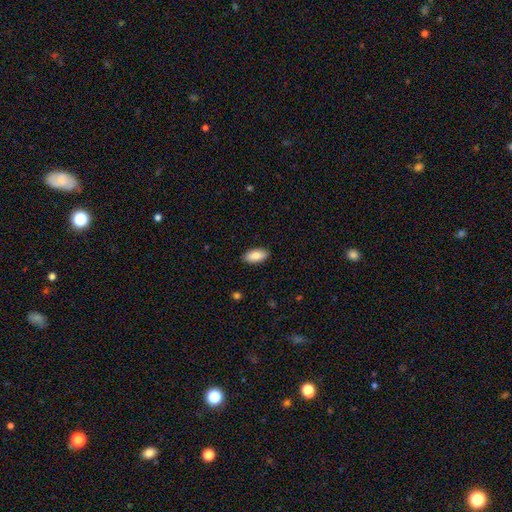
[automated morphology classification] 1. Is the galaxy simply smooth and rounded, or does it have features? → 87% smooth, 7% featured or disk, 6% star or artifact.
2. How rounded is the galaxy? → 92% in between, 6% cigar-shaped, 2% round.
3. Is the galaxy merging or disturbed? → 89% none, 8% minor disturbance, 2% major disturbance, 1% merger.